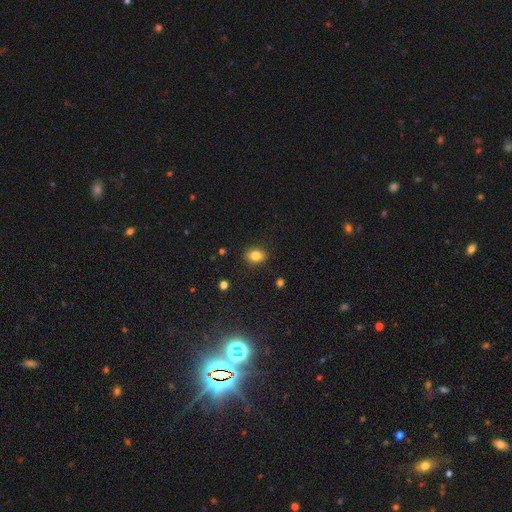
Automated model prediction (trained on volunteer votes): Smooth or featured? Predicted: smooth (p=0.82). How rounded? Predicted: in between (p=0.72). Merging? Predicted: none (p=0.86).